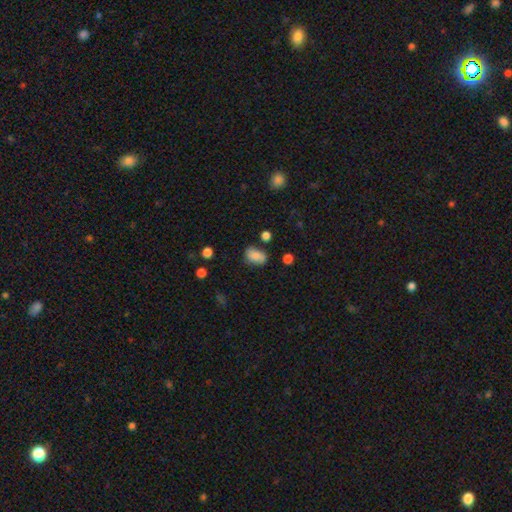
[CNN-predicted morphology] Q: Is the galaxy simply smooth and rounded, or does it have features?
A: smooth — 82%.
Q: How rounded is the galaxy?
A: in between — 84%.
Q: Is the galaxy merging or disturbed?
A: none — 66%.